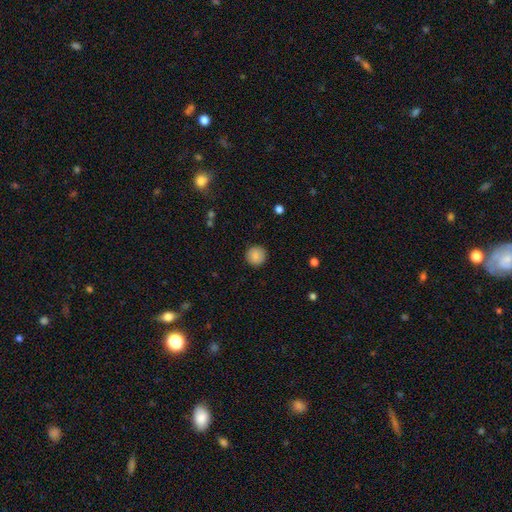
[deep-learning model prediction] Smooth or featured? smooth (87%)
How rounded? round (95%)
Merging? none (91%)